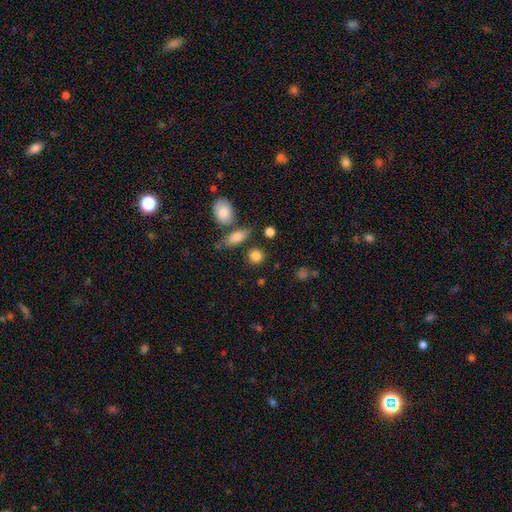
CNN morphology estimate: A smooth galaxy with no disk features (85%) that is round (75%). Merging: none (78%).